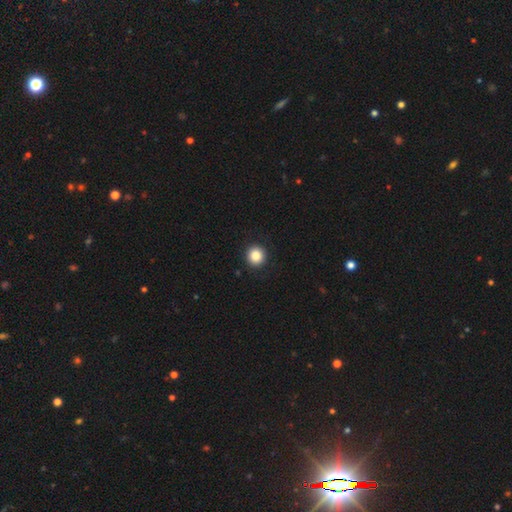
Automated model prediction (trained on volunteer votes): A smooth galaxy with no disk features (87%) that is round (94%). Merging: none (92%).